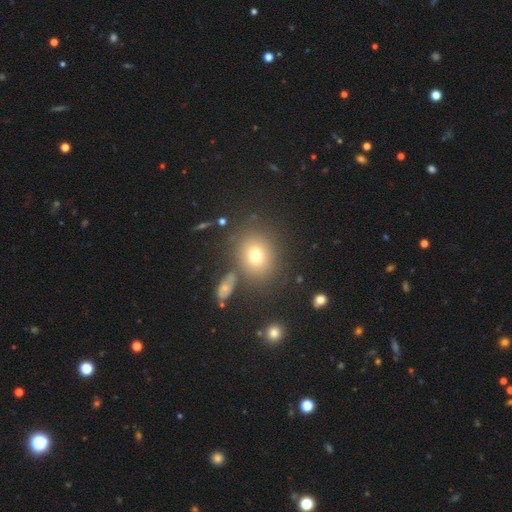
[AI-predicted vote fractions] Smooth or featured?
  - smooth: 69% *
  - star or artifact: 18%
  - featured or disk: 13%
How rounded?
  - round: 69% *
  - in between: 30%
  - cigar-shaped: 1%
Merging?
  - none: 78% *
  - minor disturbance: 10%
  - merger: 8%
  - major disturbance: 4%